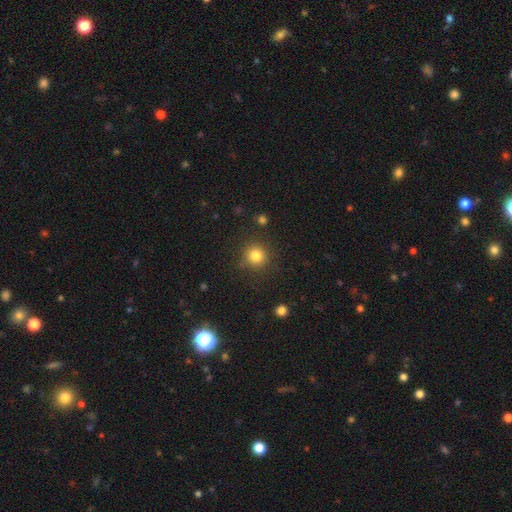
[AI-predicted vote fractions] This is clearly a smooth galaxy (82%). How rounded: clearly round (92%). Merging: clearly none (87%).